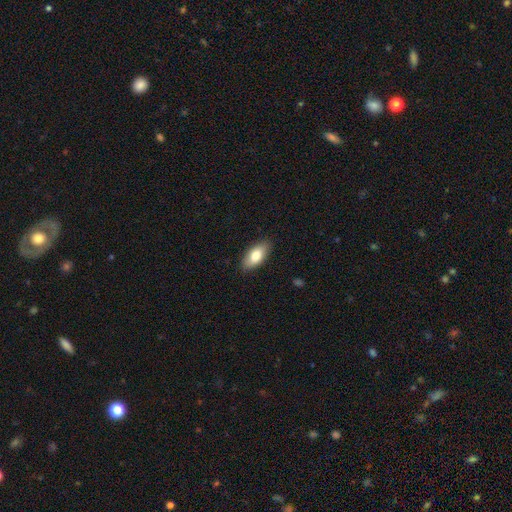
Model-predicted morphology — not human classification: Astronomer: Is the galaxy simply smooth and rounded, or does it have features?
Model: smooth — 80%.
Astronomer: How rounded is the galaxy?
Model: in between — 90%.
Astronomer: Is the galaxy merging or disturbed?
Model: none — 88%.